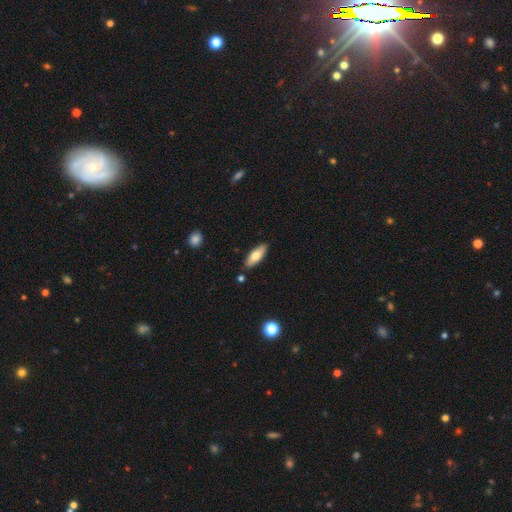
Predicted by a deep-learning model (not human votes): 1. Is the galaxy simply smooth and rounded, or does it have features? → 71% smooth, 23% featured or disk, 6% star or artifact.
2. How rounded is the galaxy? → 72% in between, 26% cigar-shaped, 2% round.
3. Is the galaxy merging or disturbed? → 86% none, 9% minor disturbance, 3% merger, 2% major disturbance.